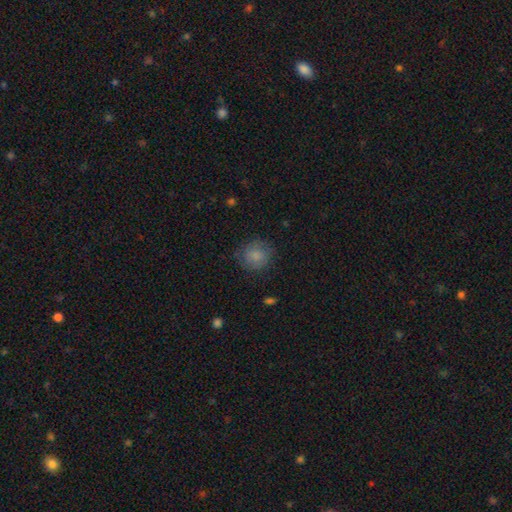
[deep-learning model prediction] This is clearly a smooth galaxy (83%). How rounded: clearly round (88%). Merging: likely none (79%).